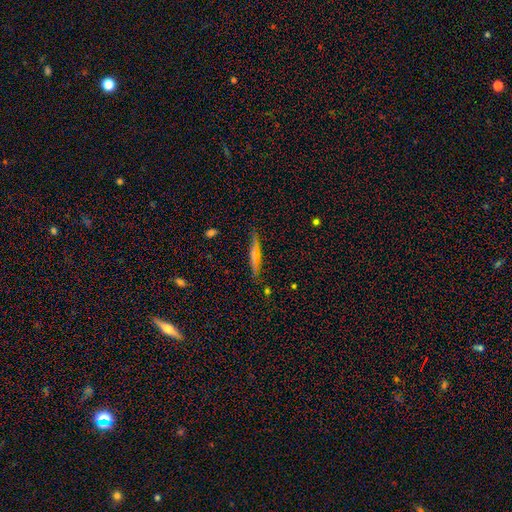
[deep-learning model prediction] A featured or disk galaxy (53%) viewed edge-on (95%) with a rounded central bulge (52%). Merging: none (86%).